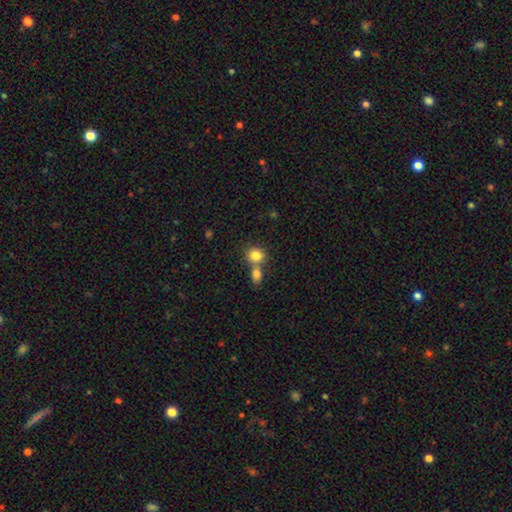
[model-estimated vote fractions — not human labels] Smooth or featured: smooth — 82% (star or artifact — 10%)
How rounded: round — 67% (in between — 32%)
Merging: merger — 50% (none — 40%)